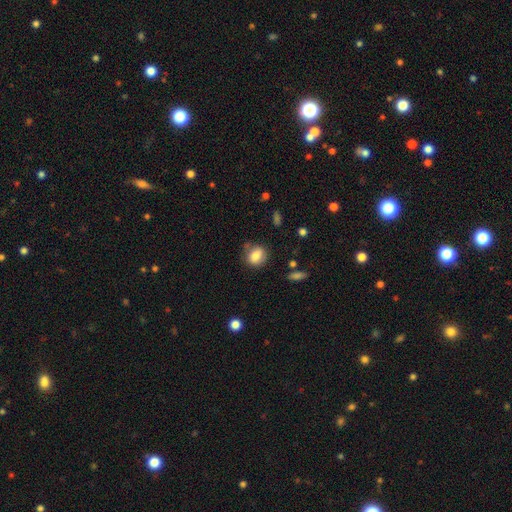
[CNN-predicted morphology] Overall: smooth (81%). How rounded: round (57%; in between 42%). Merging: none (69%).